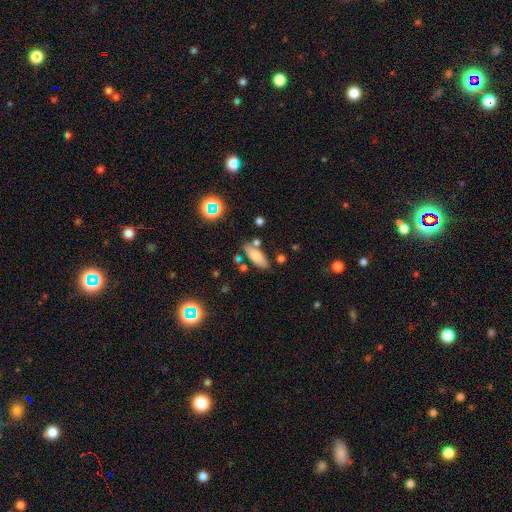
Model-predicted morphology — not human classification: A smooth galaxy with no disk features (72%) that is in between round and cigar-shaped (74%).

Vote fractions:
- Smooth or featured? smooth: 72% / featured or disk: 18% / star or artifact: 10%
- How rounded? in between: 74% / cigar-shaped: 23% / round: 3%
- Merging? none: 73% / minor disturbance: 15% / merger: 9% / major disturbance: 4%